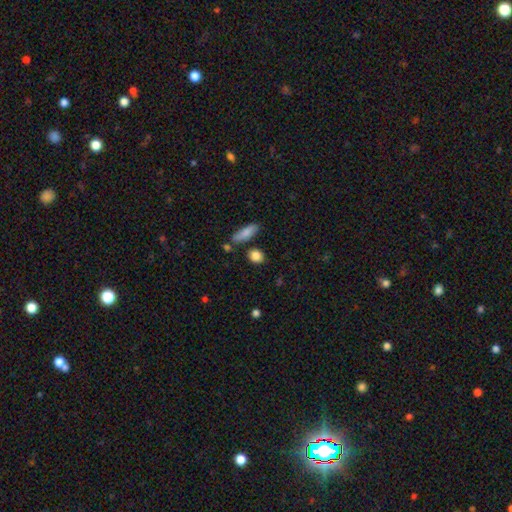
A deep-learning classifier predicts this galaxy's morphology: A smooth galaxy with no disk features (86%) that is round (56%).

Vote fractions:
- Smooth or featured? smooth: 86% / star or artifact: 8% / featured or disk: 6%
- How rounded? round: 56% / in between: 39% / cigar-shaped: 5%
- Merging? none: 77% / minor disturbance: 12% / merger: 8% / major disturbance: 3%